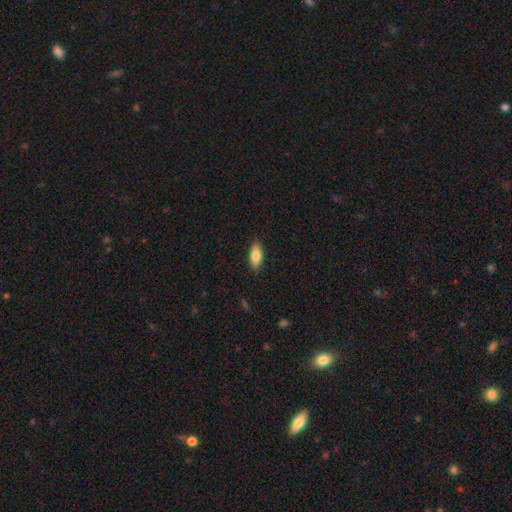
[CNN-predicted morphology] smooth_or_featured: smooth (p=0.80) [alt: featured or disk p=0.13]
how_rounded: in between (p=0.80) [alt: cigar-shaped p=0.18]
merging: none (p=0.87) [alt: minor disturbance p=0.10]